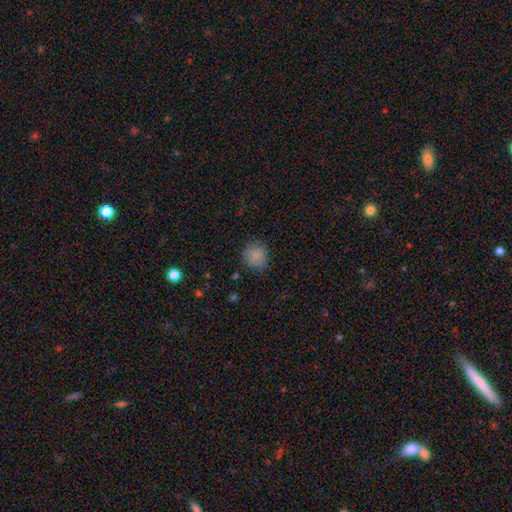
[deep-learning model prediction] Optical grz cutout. It shows a smooth galaxy with no disk features (83%) that is round (90%). Merging: none (82%).